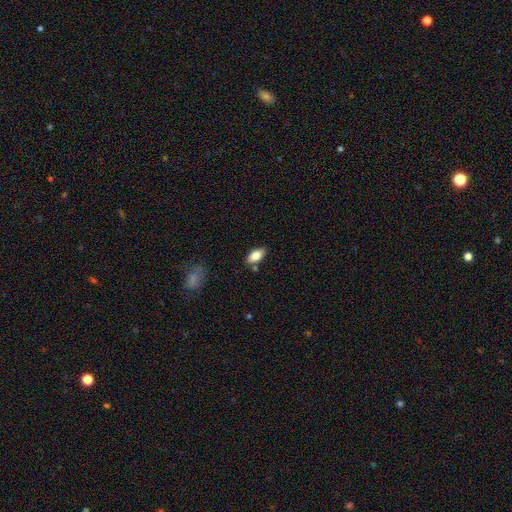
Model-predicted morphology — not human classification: A smooth galaxy with no disk features (78%) that is in between round and cigar-shaped (90%).

Vote fractions:
- Smooth or featured? smooth: 78% / featured or disk: 15% / star or artifact: 7%
- How rounded? in between: 90% / cigar-shaped: 6% / round: 4%
- Merging? none: 81% / minor disturbance: 12% / merger: 5% / major disturbance: 3%